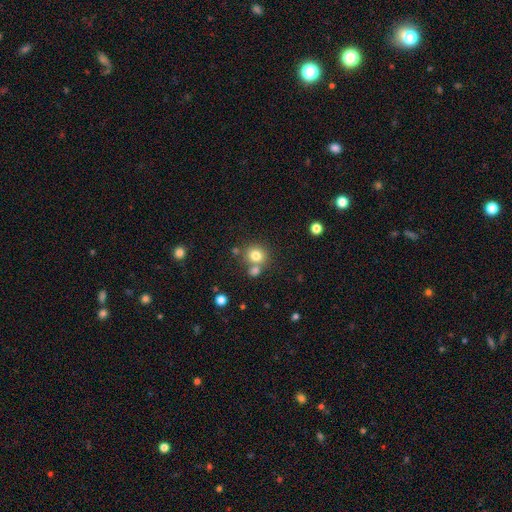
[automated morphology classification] smooth-or-featured: smooth: 78% | star or artifact: 13% | featured or disk: 9%
  how-rounded: round: 83% | in between: 16% | cigar-shaped: 1%
  merging: none: 62% | merger: 26% | minor disturbance: 9% | major disturbance: 3%